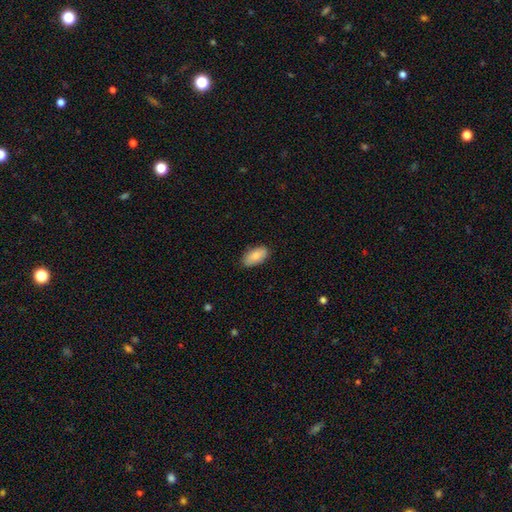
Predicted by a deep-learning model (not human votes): smooth-or-featured: smooth: 83% | featured or disk: 10% | star or artifact: 6%
  how-rounded: in between: 93% | cigar-shaped: 5% | round: 3%
  merging: none: 85% | minor disturbance: 11% | major disturbance: 2% | merger: 1%